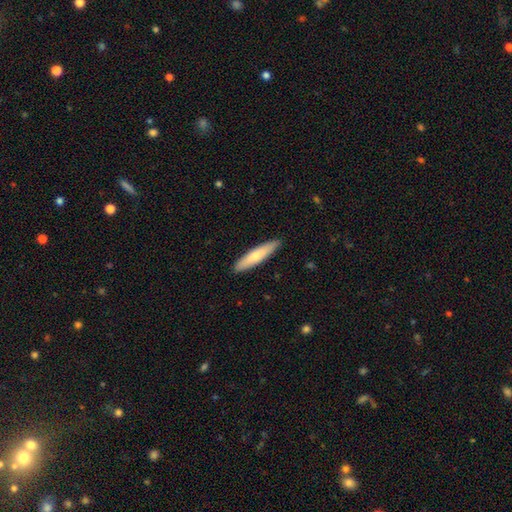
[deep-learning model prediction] Q: Smooth or featured?
A: smooth (68%); runner-up: featured or disk (27%)
Q: How rounded?
A: cigar-shaped (85%); runner-up: in between (14%)
Q: Merging?
A: none (90%); runner-up: minor disturbance (8%)